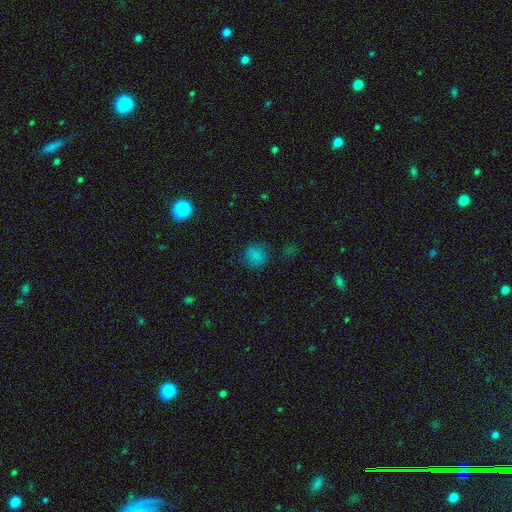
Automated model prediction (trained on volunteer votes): Morphology: type=smooth (78%); roundness=round (88%); merging=none (84%).